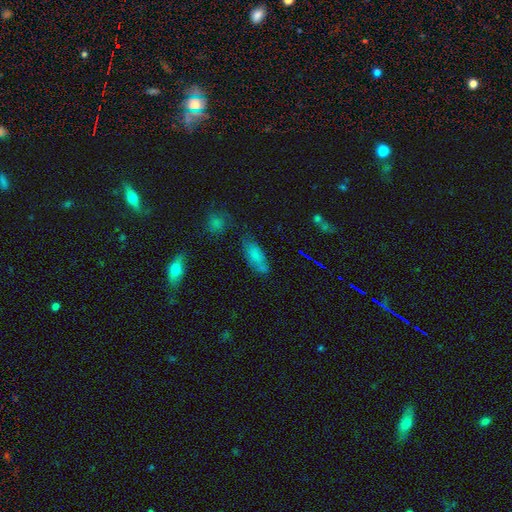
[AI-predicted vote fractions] This appears to be a smooth galaxy with no disk features (74%) that is in between round and cigar-shaped (76%). Merging: none (59%).